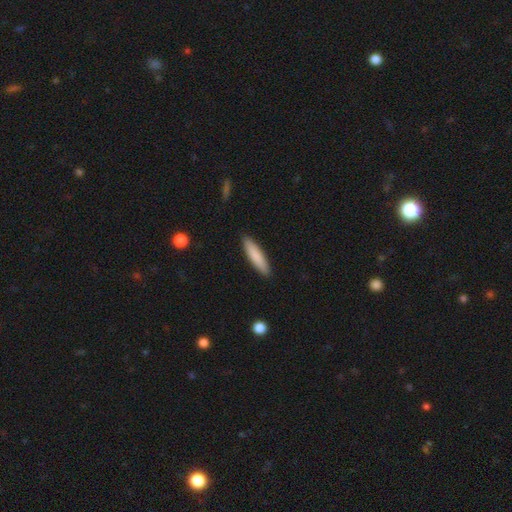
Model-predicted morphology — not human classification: A smooth galaxy with no disk features (84%) that is cigar-shaped (82%).

Vote fractions:
- Smooth or featured? smooth: 84% / featured or disk: 11% / star or artifact: 5%
- How rounded? cigar-shaped: 82% / in between: 17% / round: 1%
- Merging? none: 91% / minor disturbance: 7% / major disturbance: 1% / merger: 1%